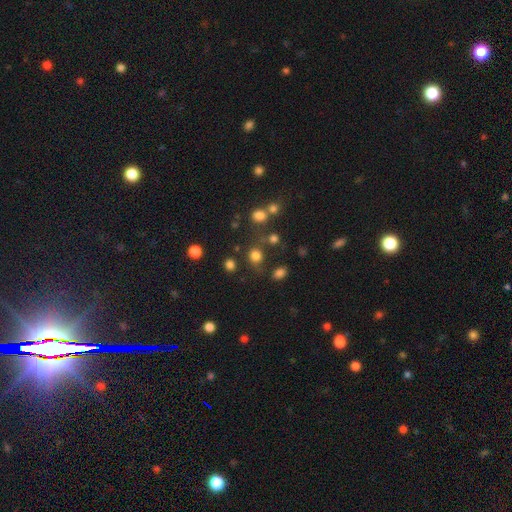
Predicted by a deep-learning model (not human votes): Morphology: type=smooth (77%); roundness=round (78%); merging=none (69%).